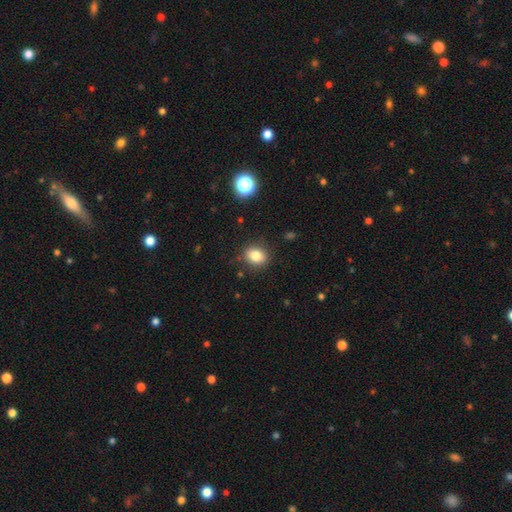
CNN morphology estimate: Q: Smooth or featured?
A: smooth (82%); runner-up: star or artifact (11%)
Q: How rounded?
A: in between (54%); runner-up: round (45%)
Q: Merging?
A: none (86%); runner-up: minor disturbance (10%)